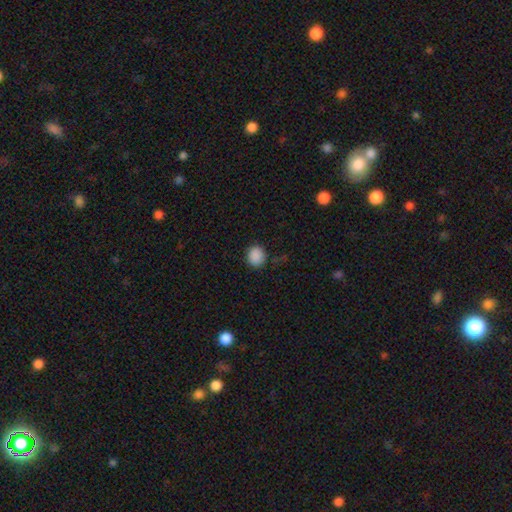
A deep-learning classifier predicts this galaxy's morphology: Q: Smooth or featured?
A: smooth (88%); runner-up: star or artifact (9%)
Q: How rounded?
A: round (75%); runner-up: in between (24%)
Q: Merging?
A: none (84%); runner-up: minor disturbance (12%)